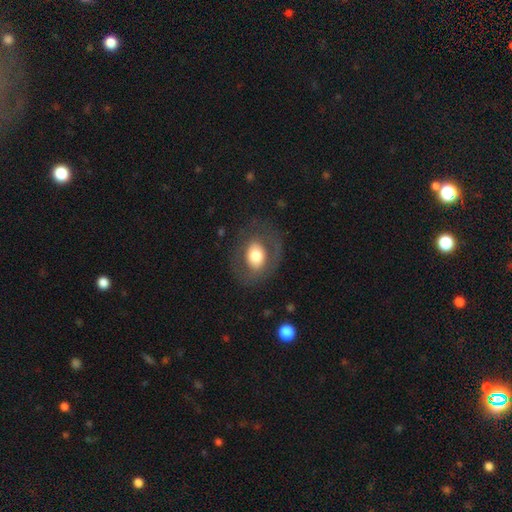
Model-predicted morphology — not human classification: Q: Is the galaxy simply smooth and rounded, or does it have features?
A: smooth — 58%.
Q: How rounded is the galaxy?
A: in between — 59%.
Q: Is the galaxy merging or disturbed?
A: none — 74%.